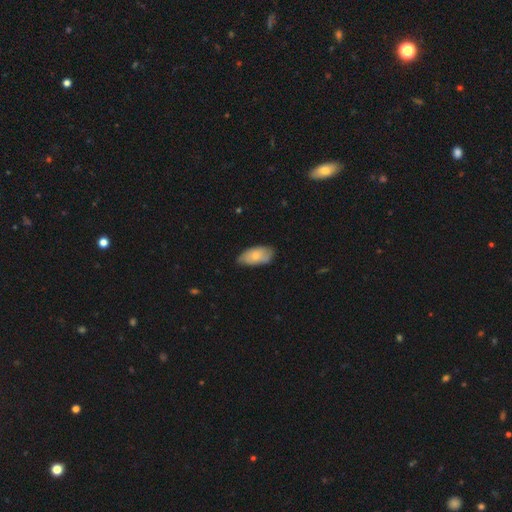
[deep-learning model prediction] A smooth galaxy with no disk features (72%) that is in between round and cigar-shaped (93%).

Vote fractions:
- Smooth or featured? smooth: 72% / featured or disk: 22% / star or artifact: 6%
- How rounded? in between: 93% / cigar-shaped: 4% / round: 3%
- Merging? none: 70% / minor disturbance: 26% / major disturbance: 4% / merger: 1%